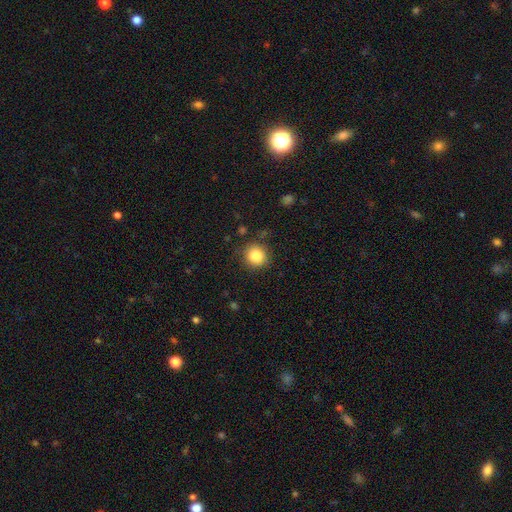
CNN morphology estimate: This appears to be a smooth galaxy with no disk features (86%) that is round (89%). Merging: none (86%).